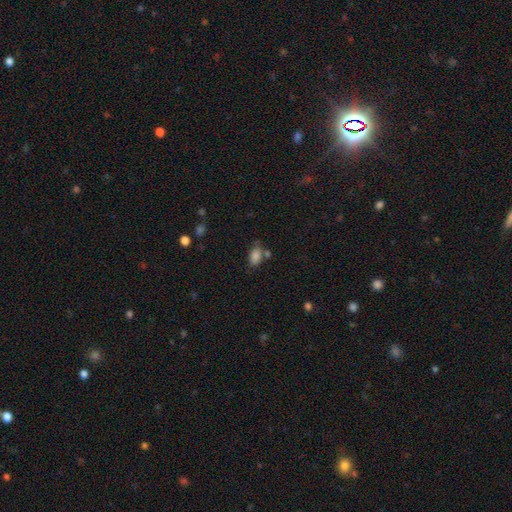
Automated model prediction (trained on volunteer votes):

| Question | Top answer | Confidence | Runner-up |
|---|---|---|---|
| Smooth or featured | smooth | 84% | star or artifact (10%) |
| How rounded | in between | 91% | round (7%) |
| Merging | none | 59% | minor disturbance (18%) |